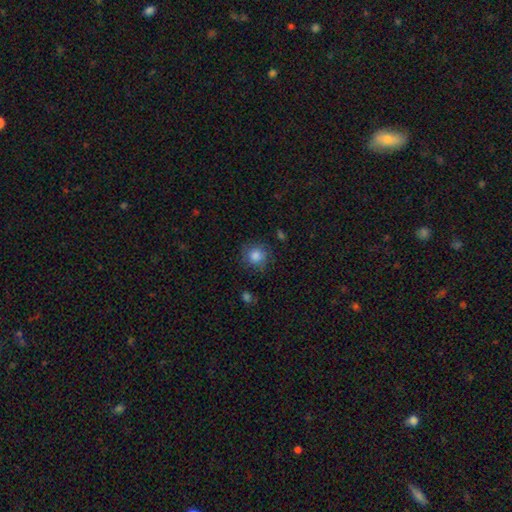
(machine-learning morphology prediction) A smooth galaxy with no disk features (81%) that is round (89%).

Vote fractions:
- Smooth or featured? smooth: 81% / featured or disk: 10% / star or artifact: 9%
- How rounded? round: 89% / in between: 10% / cigar-shaped: 1%
- Merging? none: 74% / minor disturbance: 18% / major disturbance: 7% / merger: 2%